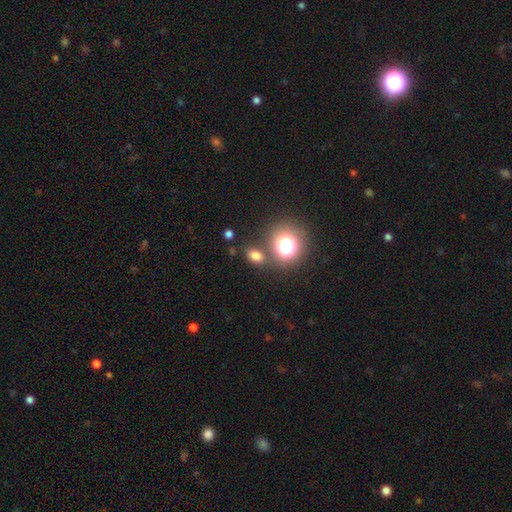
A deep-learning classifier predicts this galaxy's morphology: smooth 70%, star or artifact 23%, featured or disk 6%. Down the decision tree: how rounded — in between (63%); merging — none (77%).